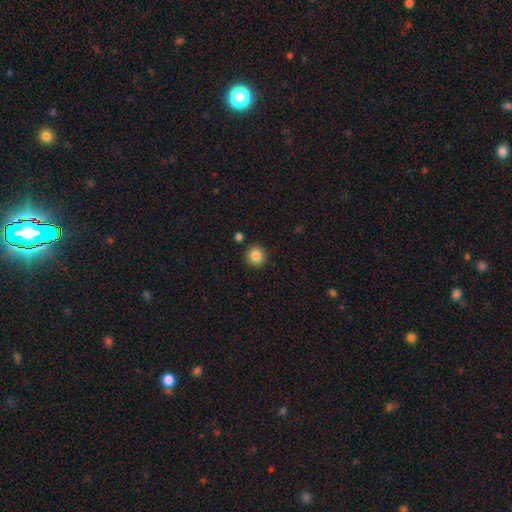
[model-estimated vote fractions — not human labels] smooth_or_featured: smooth (p=0.85) [alt: star or artifact p=0.10]
how_rounded: round (p=0.94) [alt: in between p=0.05]
merging: none (p=0.90) [alt: minor disturbance p=0.06]